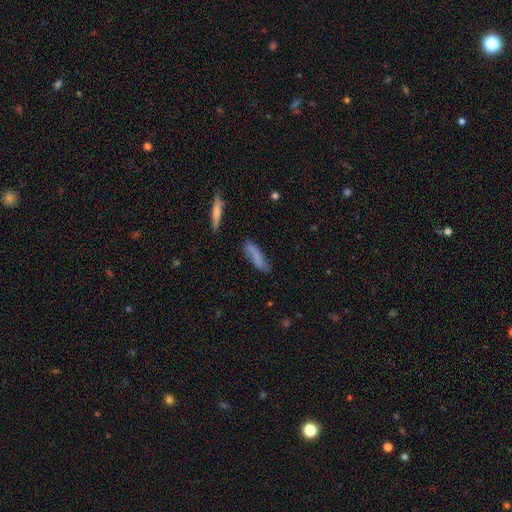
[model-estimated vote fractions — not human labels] Smooth or featured? Predicted: smooth (p=0.70). How rounded? Predicted: cigar-shaped (p=0.71). Merging? Predicted: none (p=0.69).